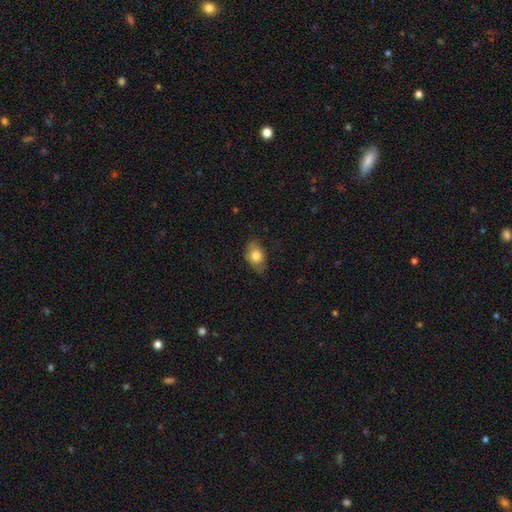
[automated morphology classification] smooth 79%, featured or disk 13%, star or artifact 8%. Down the decision tree: how rounded — in between (77%); merging — none (69%).